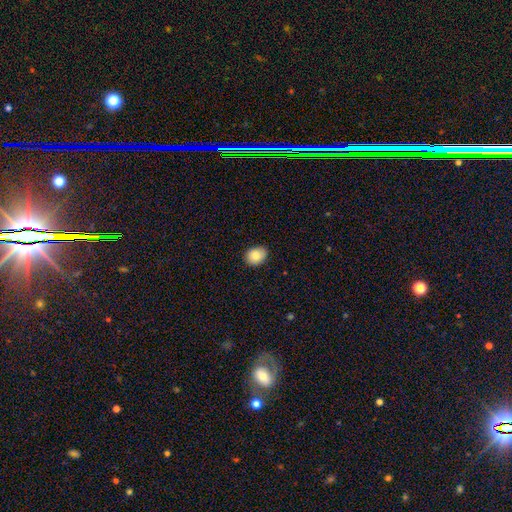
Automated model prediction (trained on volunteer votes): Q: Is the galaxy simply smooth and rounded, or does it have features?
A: smooth — 84%.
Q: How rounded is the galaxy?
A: in between — 56%.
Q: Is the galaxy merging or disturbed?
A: none — 87%.